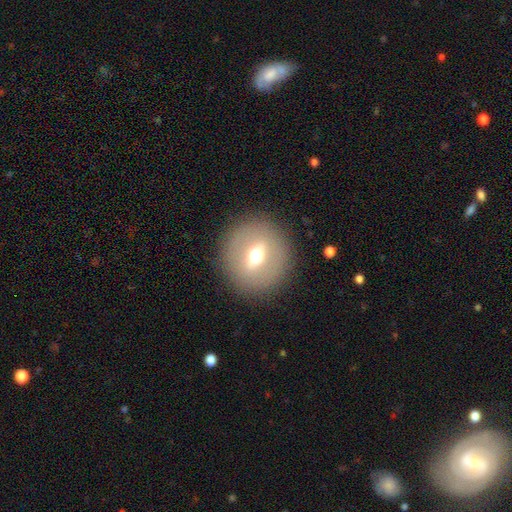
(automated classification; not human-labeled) Smooth or featured?
  - featured or disk: 52% *
  - smooth: 38%
  - star or artifact: 9%
Edge-on disk?
  - no: 68% *
  - yes: 32%
Merging?
  - none: 89% *
  - minor disturbance: 7%
  - major disturbance: 3%
  - merger: 1%